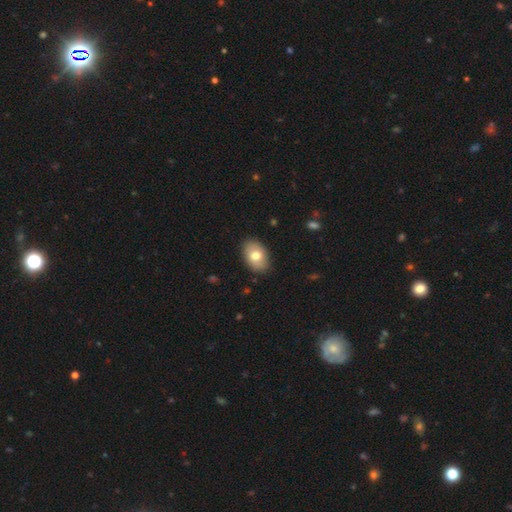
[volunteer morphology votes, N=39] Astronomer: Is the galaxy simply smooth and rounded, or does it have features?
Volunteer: smooth — 74%.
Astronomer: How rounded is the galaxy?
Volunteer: in between — 93%.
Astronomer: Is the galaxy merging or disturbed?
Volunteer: none — 76%.